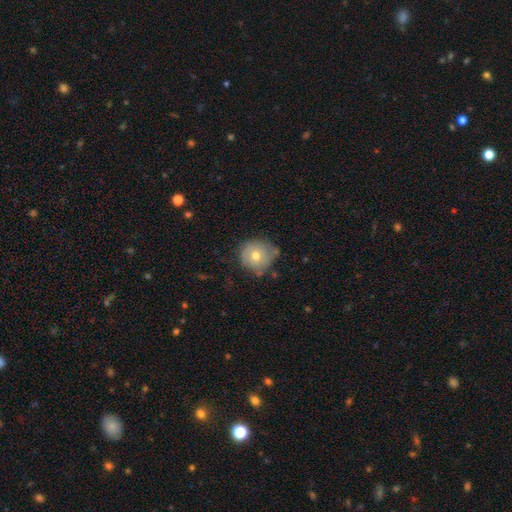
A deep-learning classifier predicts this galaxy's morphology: smooth_or_featured: smooth (p=0.69) [alt: featured or disk p=0.23]
how_rounded: round (p=0.91) [alt: in between p=0.08]
merging: none (p=0.61) [alt: minor disturbance p=0.27]